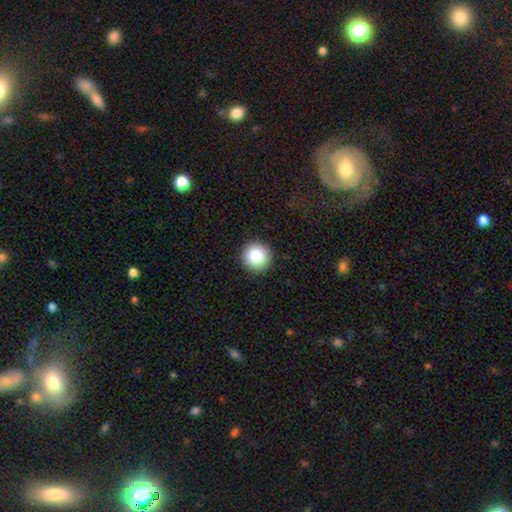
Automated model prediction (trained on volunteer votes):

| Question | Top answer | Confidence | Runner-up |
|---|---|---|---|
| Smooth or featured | smooth | 86% | star or artifact (9%) |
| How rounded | round | 95% | in between (4%) |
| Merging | none | 92% | minor disturbance (5%) |